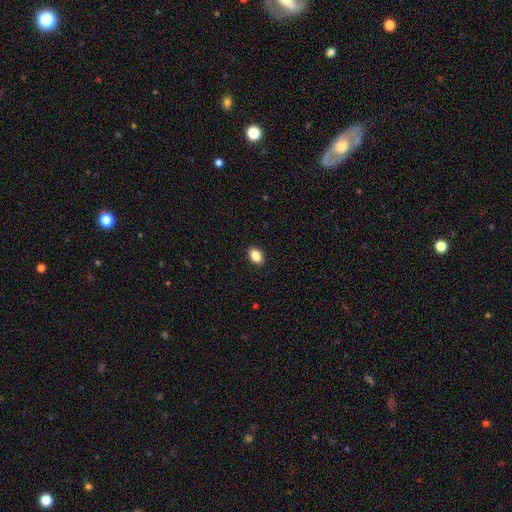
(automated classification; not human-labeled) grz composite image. It shows a smooth galaxy with no disk features (88%) that is in between round and cigar-shaped (84%). Merging: none (91%).